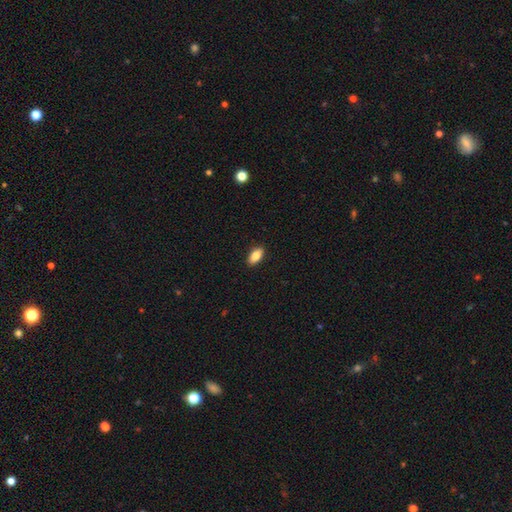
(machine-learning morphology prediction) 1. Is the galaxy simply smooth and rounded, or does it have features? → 83% smooth, 10% featured or disk, 7% star or artifact.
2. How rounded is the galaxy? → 89% in between, 8% cigar-shaped, 3% round.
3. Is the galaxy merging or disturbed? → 90% none, 8% minor disturbance, 2% major disturbance, 1% merger.